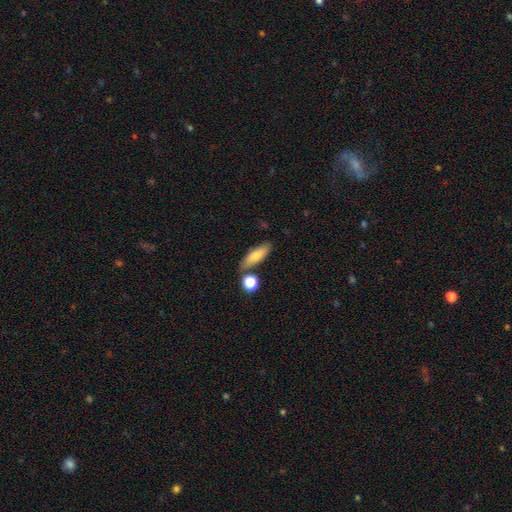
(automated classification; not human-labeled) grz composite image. It shows a smooth galaxy with no disk features (78%) that is in between round and cigar-shaped (53%). Merging: none (74%).